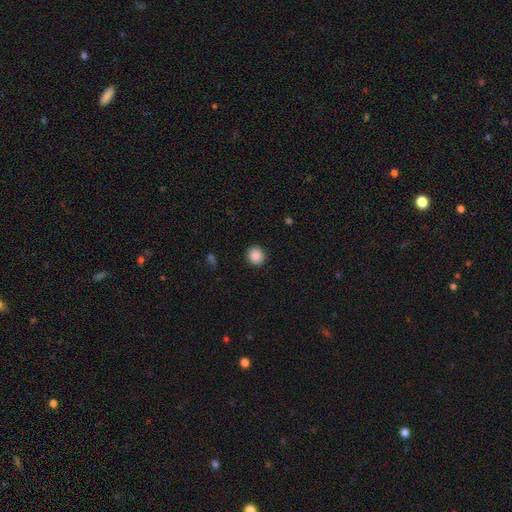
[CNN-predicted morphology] The model was most divided on "how rounded": round: 87%, in between: 12%, cigar-shaped: 1%. More confident: merging — none (91%); smooth or featured — smooth (88%).